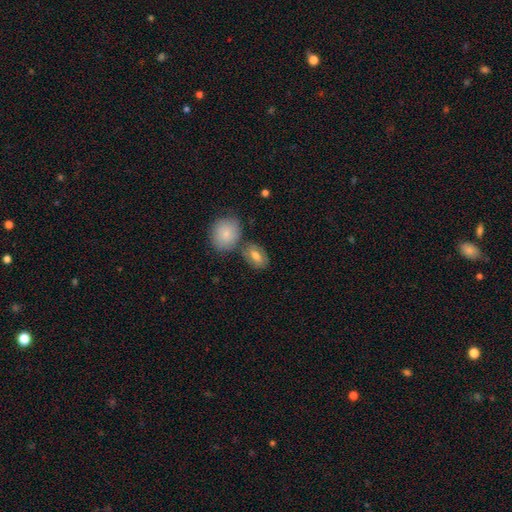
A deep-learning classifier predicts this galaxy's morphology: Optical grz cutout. It shows a smooth galaxy with no disk features (73%) that is in between round and cigar-shaped (82%). Merging: none (60%).